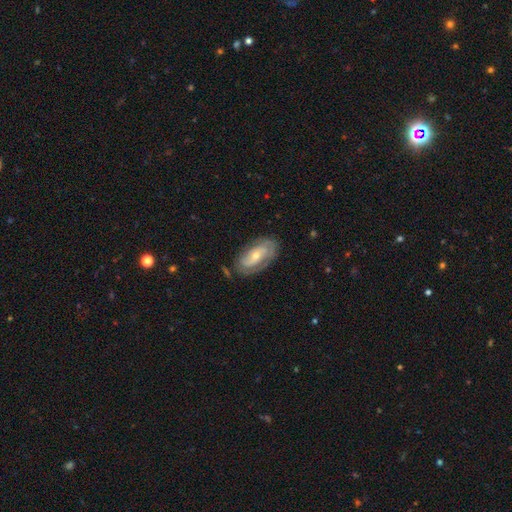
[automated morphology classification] The model was most divided on "bulge size": small: 55%, moderate: 41%, large: 2%, none: 1%, dominant: 1%. More confident: edge-on disk — no (93%); spiral arms — yes (87%); smooth or featured — featured or disk (73%); merging — none (72%); bar — no (61%); spiral winding — tight (54%); spiral arm count — 2 (53%).